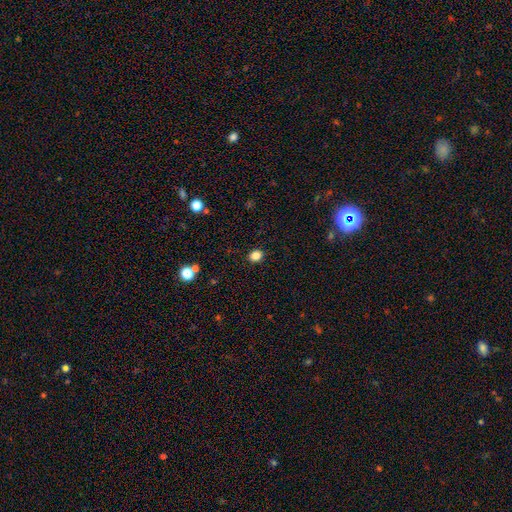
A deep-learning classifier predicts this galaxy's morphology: Smooth or featured?
  - smooth: 84% *
  - star or artifact: 12%
  - featured or disk: 4%
How rounded?
  - round: 66% *
  - in between: 33%
  - cigar-shaped: 1%
Merging?
  - none: 90% *
  - minor disturbance: 7%
  - major disturbance: 2%
  - merger: 1%